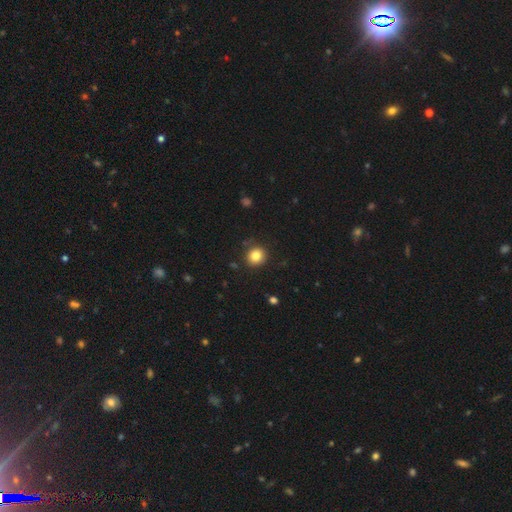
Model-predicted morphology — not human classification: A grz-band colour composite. It shows a smooth galaxy with no disk features (83%) that is round (87%). Merging: none (88%).